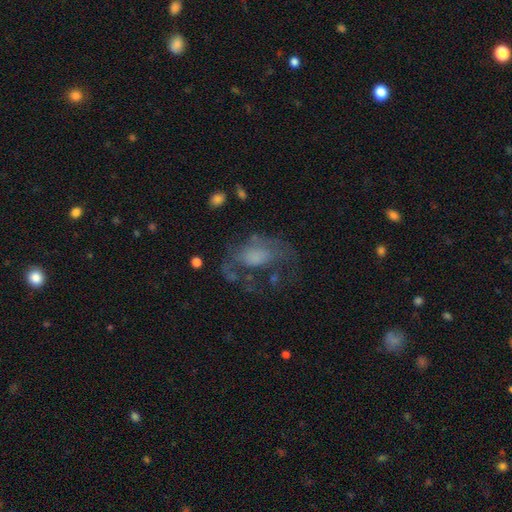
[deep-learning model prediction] featured or disk 54%, smooth 33%, star or artifact 13%. Down the decision tree: edge-on disk — no (96%); bar — no (76%); spiral arms — yes (50%, tied with no); bulge size — none (39%); merging — major disturbance (43%).